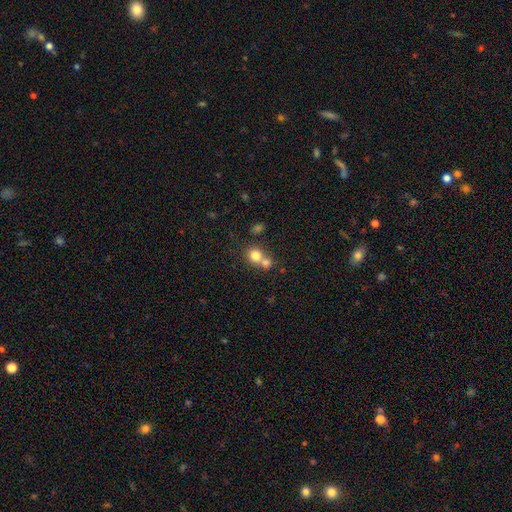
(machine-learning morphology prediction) Smooth or featured?
  - smooth: 78% *
  - featured or disk: 12%
  - star or artifact: 11%
How rounded?
  - round: 80% *
  - in between: 19%
  - cigar-shaped: 1%
Merging?
  - merger: 55% *
  - none: 37%
  - minor disturbance: 6%
  - major disturbance: 3%